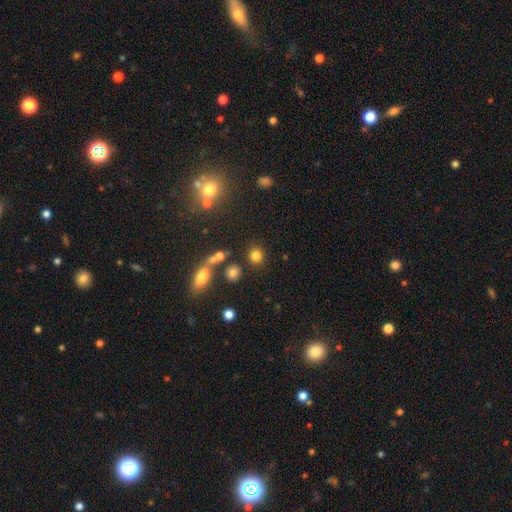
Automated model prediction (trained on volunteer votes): smooth-or-featured: smooth: 80% | star or artifact: 14% | featured or disk: 6%
  how-rounded: round: 86% | in between: 13% | cigar-shaped: 1%
  merging: none: 81% | minor disturbance: 8% | merger: 8% | major disturbance: 4%